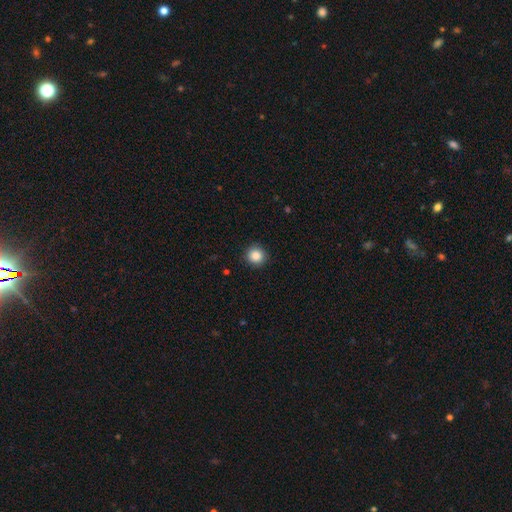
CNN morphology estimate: Smooth or featured: smooth — 87% (star or artifact — 10%)
How rounded: round — 94% (in between — 5%)
Merging: none — 91% (minor disturbance — 6%)